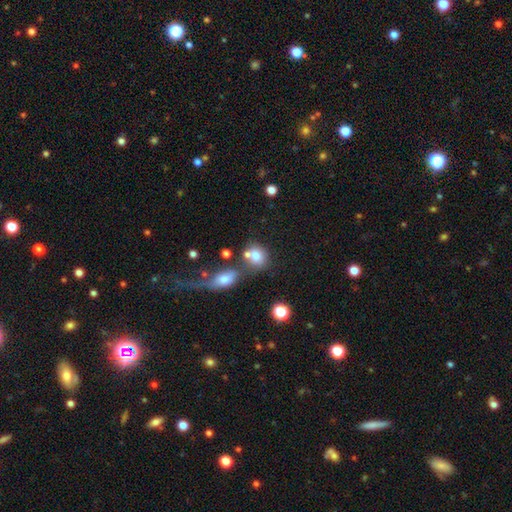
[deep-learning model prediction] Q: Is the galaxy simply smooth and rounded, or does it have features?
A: smooth — 75%.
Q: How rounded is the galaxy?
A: round — 67%.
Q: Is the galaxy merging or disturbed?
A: none — 44%.